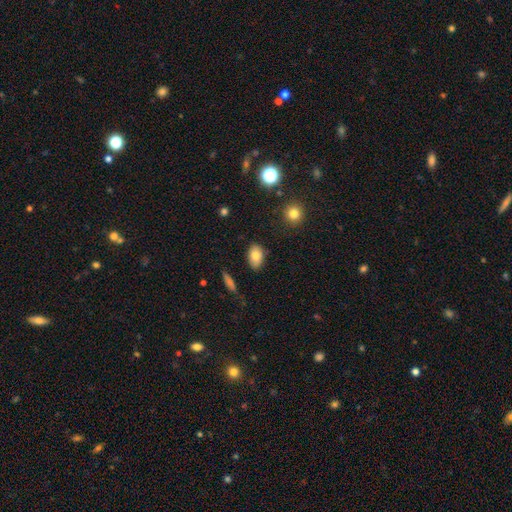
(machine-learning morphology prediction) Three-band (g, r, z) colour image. It shows a smooth galaxy with no disk features (80%) that is in between round and cigar-shaped (89%). Merging: none (83%).